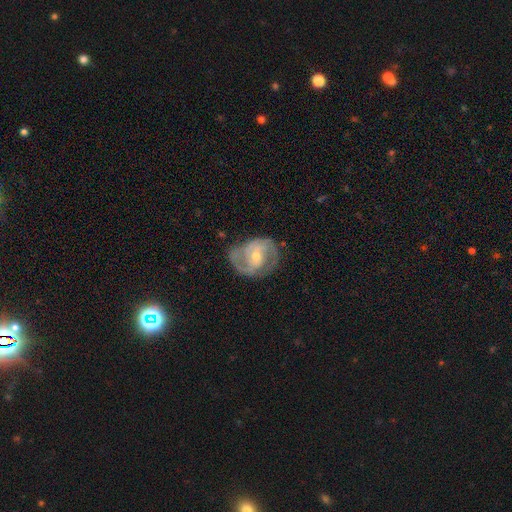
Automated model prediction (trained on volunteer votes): A featured or disk galaxy (81%) with no bar (44%), 2 (72%) medium (46%) spiral arms (90%) and a moderate central bulge (50%). Merging: none (65%).